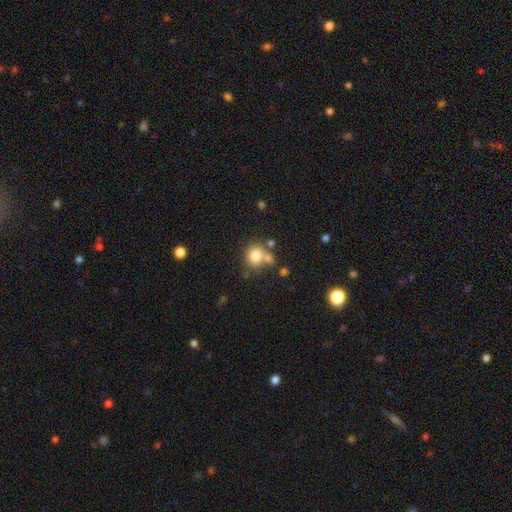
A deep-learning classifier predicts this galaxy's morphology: Overall: smooth (79%). How rounded: round (80%). Merging: none (57%; merger 24%).